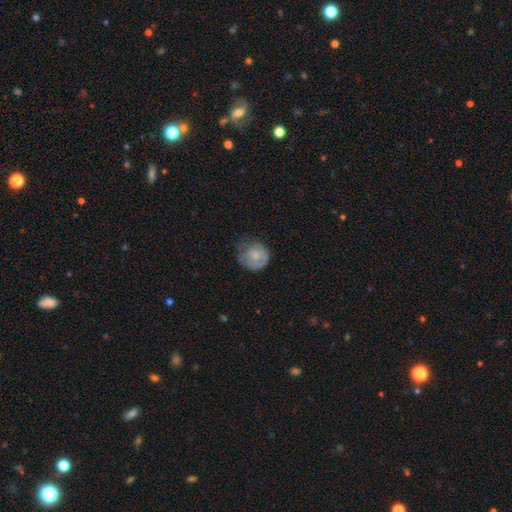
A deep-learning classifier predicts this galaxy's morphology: A smooth galaxy with no disk features (66%) that is round (81%). Merging: none (45%).